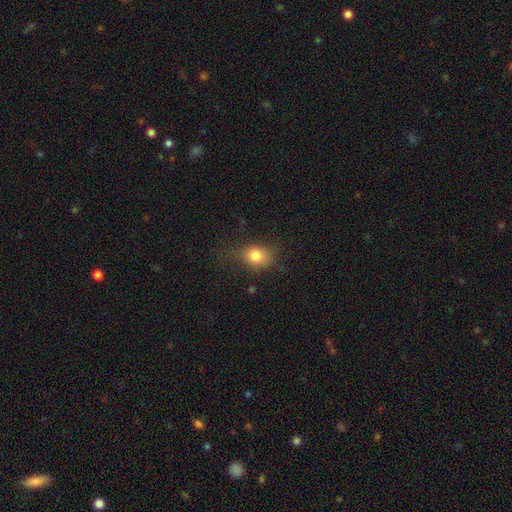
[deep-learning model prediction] Morphology: type=smooth (79%); roundness=round (50%); merging=none (63%).